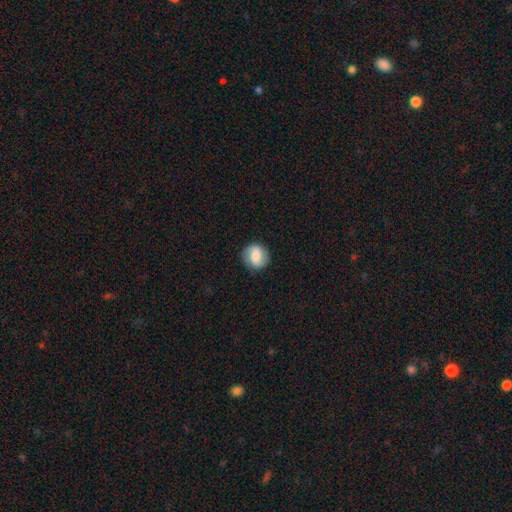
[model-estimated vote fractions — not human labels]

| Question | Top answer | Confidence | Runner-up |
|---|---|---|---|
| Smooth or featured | smooth | 53% | featured or disk (39%) |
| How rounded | round | 81% | in between (18%) |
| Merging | none | 86% | minor disturbance (10%) |